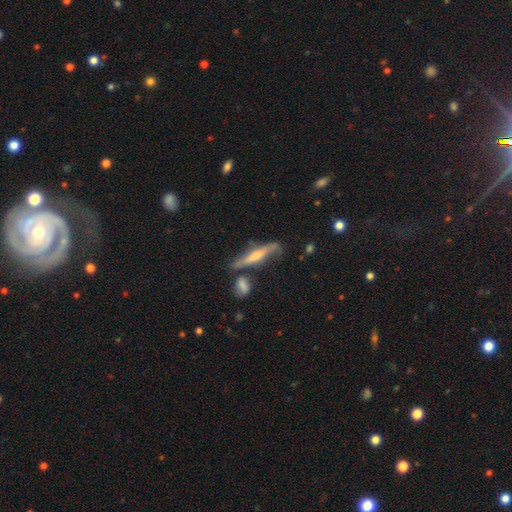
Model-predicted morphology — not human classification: This appears to be a featured or disk galaxy (58%) viewed edge-on (84%). Merging: none (61%).